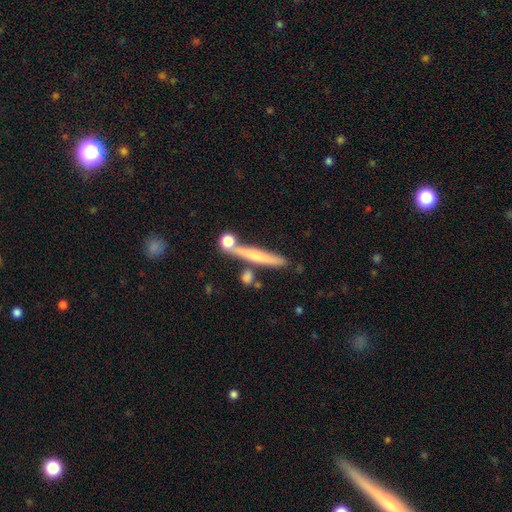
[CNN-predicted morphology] smooth 53%, featured or disk 39%, star or artifact 7%. Down the decision tree: how rounded — cigar-shaped (91%); merging — none (71%).